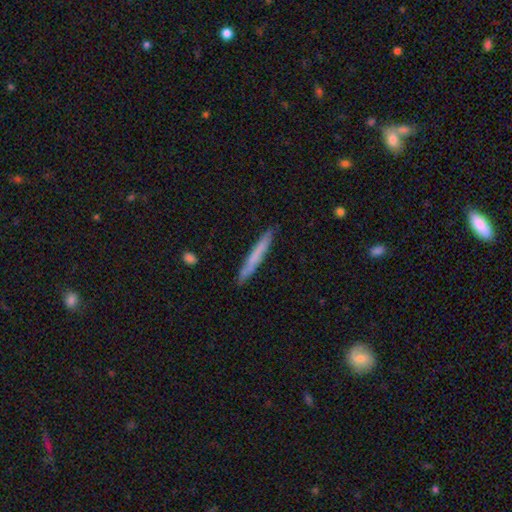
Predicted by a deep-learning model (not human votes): smooth 65%, featured or disk 29%, star or artifact 6%. Down the decision tree: how rounded — cigar-shaped (96%); merging — none (89%).